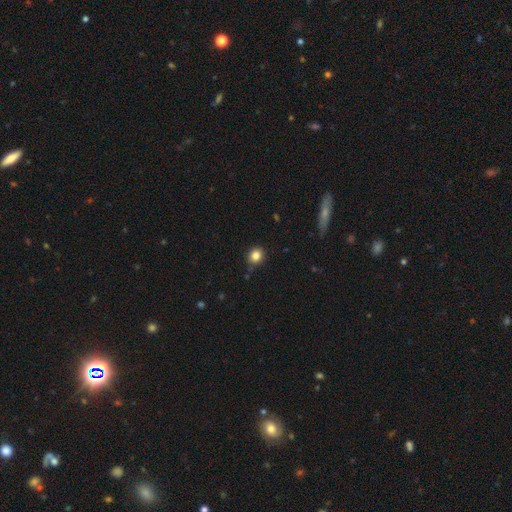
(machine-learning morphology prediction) Overall: smooth (84%). How rounded: round (82%). Merging: none (82%).